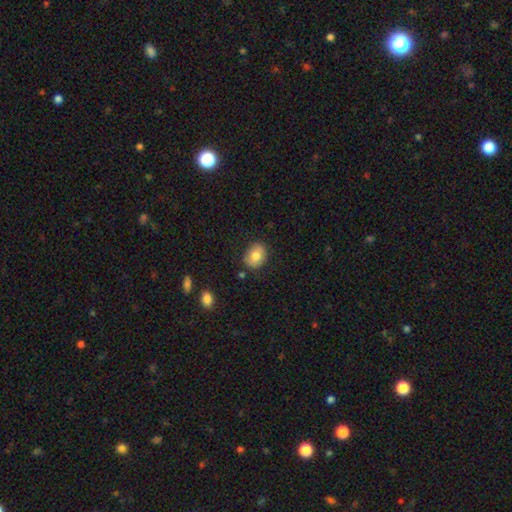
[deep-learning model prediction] Q: Smooth or featured?
A: smooth (77%); runner-up: featured or disk (14%)
Q: How rounded?
A: in between (55%); runner-up: round (44%)
Q: Merging?
A: none (81%); runner-up: minor disturbance (14%)